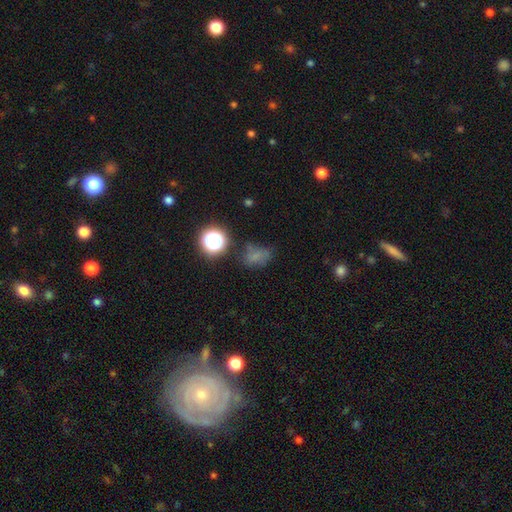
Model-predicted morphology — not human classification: smooth-or-featured: smooth: 58% | star or artifact: 29% | featured or disk: 13%
  how-rounded: in between: 55% | round: 43% | cigar-shaped: 2%
  merging: none: 53% | minor disturbance: 25% | major disturbance: 15% | merger: 7%